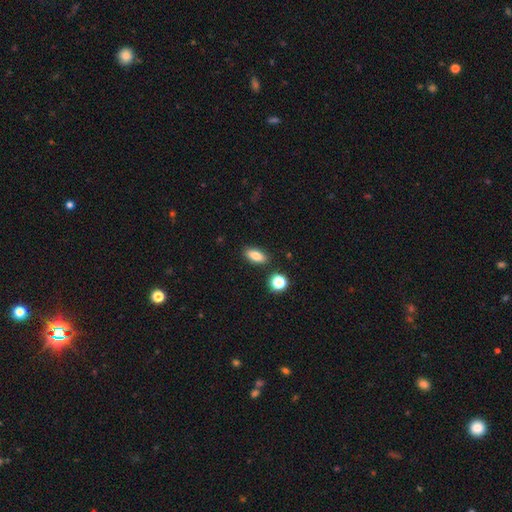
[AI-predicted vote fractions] Smooth or featured? smooth (81%)
How rounded? in between (80%)
Merging? none (86%)